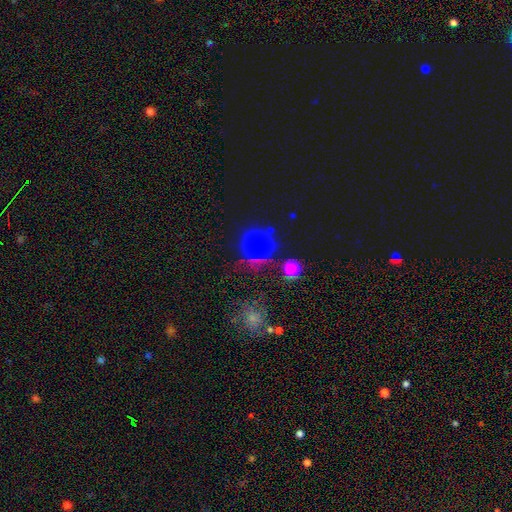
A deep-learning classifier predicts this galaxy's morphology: This appears to be a smooth galaxy with no disk features (49%). Merging: none (73%).